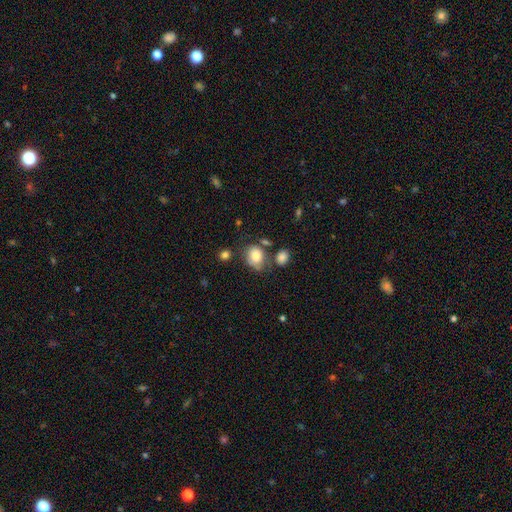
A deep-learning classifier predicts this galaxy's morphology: smooth_or_featured: smooth (p=0.81) [alt: featured or disk p=0.10]
how_rounded: round (p=0.50) [alt: in between p=0.49]
merging: none (p=0.53) [alt: minor disturbance p=0.24]